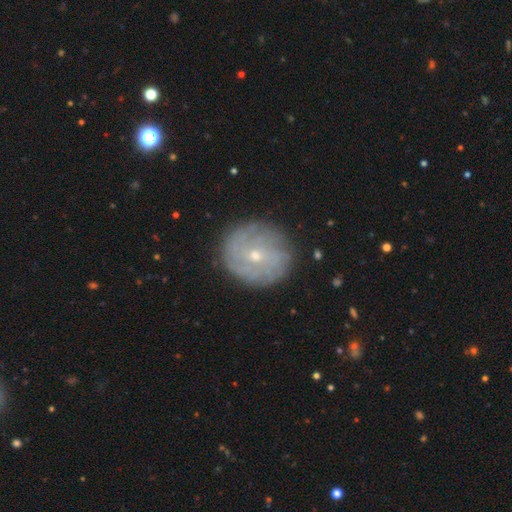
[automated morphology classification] A featured or disk galaxy (64%) with no bar (68%), spiral arms (78%) and a small central bulge (67%).

Vote fractions:
- Smooth or featured? featured or disk: 64% / smooth: 27% / star or artifact: 10%
- Edge-on disk? no: 97% / yes: 3%
- Bar? no: 68% / weak: 27% / strong: 5%
- Spiral arms? yes: 78% / no: 22%
- Bulge size? small: 67% / moderate: 30% / large: 1% / none: 1% / dominant: 1%
- Merging? none: 83% / minor disturbance: 12% / major disturbance: 4% / merger: 1%